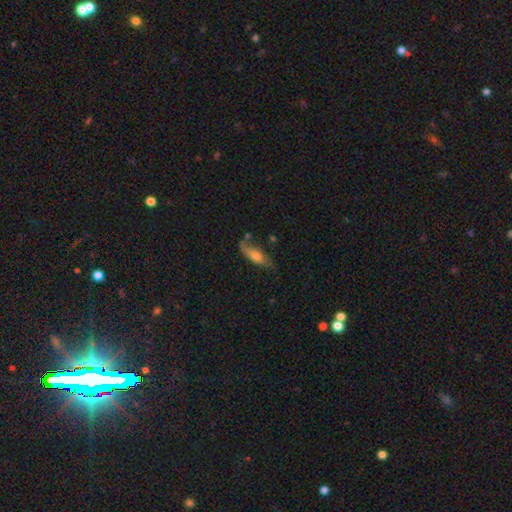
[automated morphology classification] Smooth or featured? smooth (57%)
How rounded? in between (57%)
Merging? none (58%)